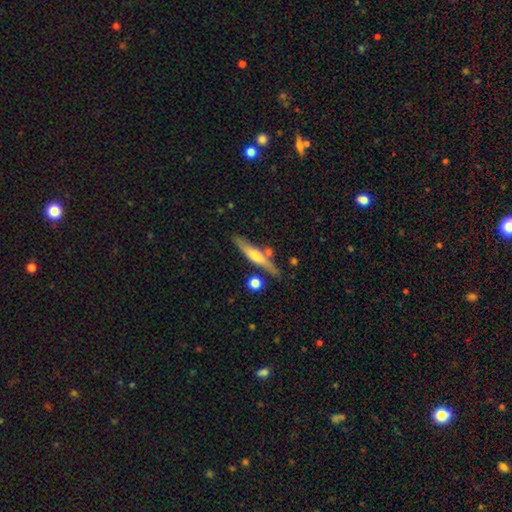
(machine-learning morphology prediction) Smooth or featured?
  - featured or disk: 51% *
  - smooth: 42%
  - star or artifact: 6%
Edge-on disk?
  - yes: 92% *
  - no: 8%
Merging?
  - none: 76% *
  - minor disturbance: 13%
  - merger: 8%
  - major disturbance: 3%